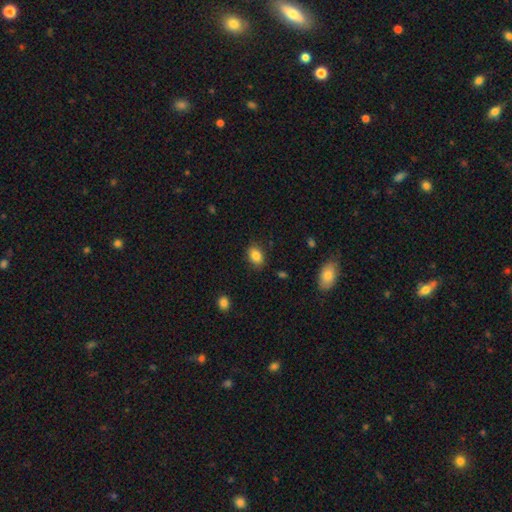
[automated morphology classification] A smooth galaxy with no disk features (85%) that is in between round and cigar-shaped (78%).

Vote fractions:
- Smooth or featured? smooth: 85% / star or artifact: 9% / featured or disk: 6%
- How rounded? in between: 78% / round: 21% / cigar-shaped: 1%
- Merging? none: 83% / minor disturbance: 12% / major disturbance: 3% / merger: 1%